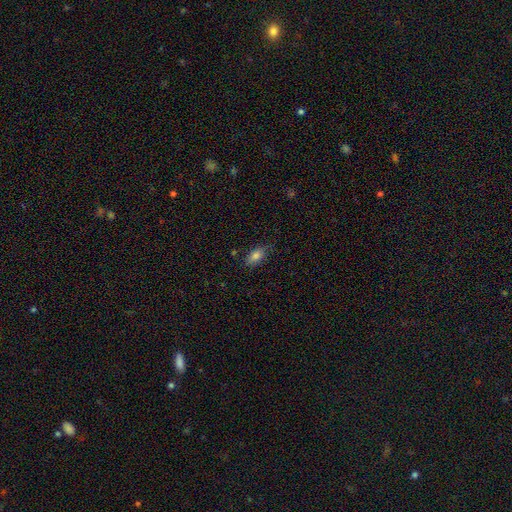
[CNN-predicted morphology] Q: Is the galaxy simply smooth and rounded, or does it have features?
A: smooth — 83%.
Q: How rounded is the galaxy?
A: in between — 89%.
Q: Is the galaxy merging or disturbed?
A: none — 77%.